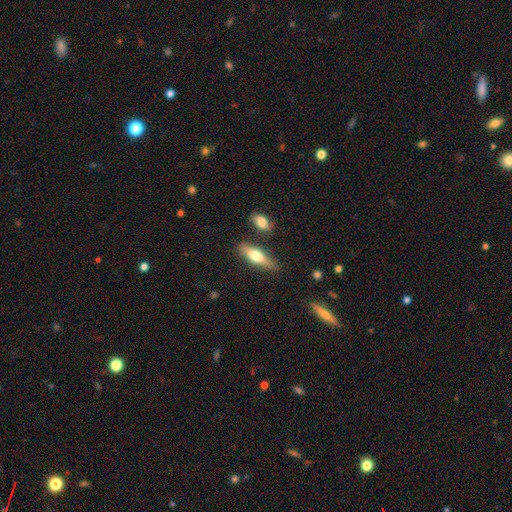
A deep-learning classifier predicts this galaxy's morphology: smooth-or-featured: smooth: 61% | featured or disk: 33% | star or artifact: 6%
  how-rounded: cigar-shaped: 52% | in between: 46% | round: 3%
  merging: none: 75% | minor disturbance: 14% | merger: 7% | major disturbance: 4%